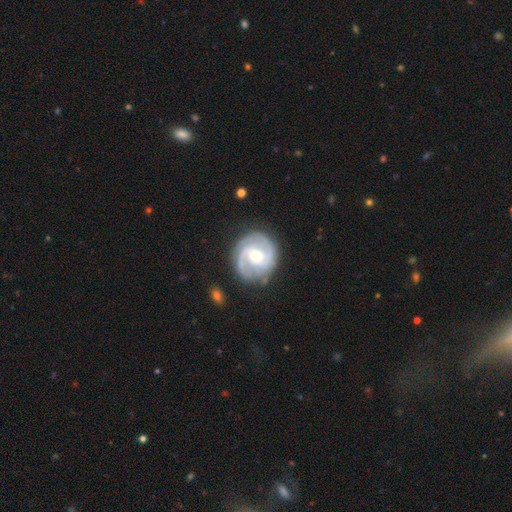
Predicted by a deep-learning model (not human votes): A featured or disk galaxy (85%) with no bar (50%), 2 (62%) tight (45%) spiral arms (96%) and a small central bulge (50%).

Vote fractions:
- Smooth or featured? featured or disk: 85% / smooth: 11% / star or artifact: 5%
- Edge-on disk? no: 98% / yes: 2%
- Bar? no: 50% / weak: 39% / strong: 11%
- Spiral arms? yes: 96% / no: 4%
- Spiral winding? tight: 45% / medium: 42% / loose: 13%
- Spiral arm count? 2: 62% / 3: 15% / can't tell: 12% / 1: 4% / 4: 3% / more than 4: 3%
- Bulge size? small: 50% / moderate: 47% / large: 2% / none: 1% / dominant: 1%
- Merging? none: 78% / minor disturbance: 14% / major disturbance: 6% / merger: 2%